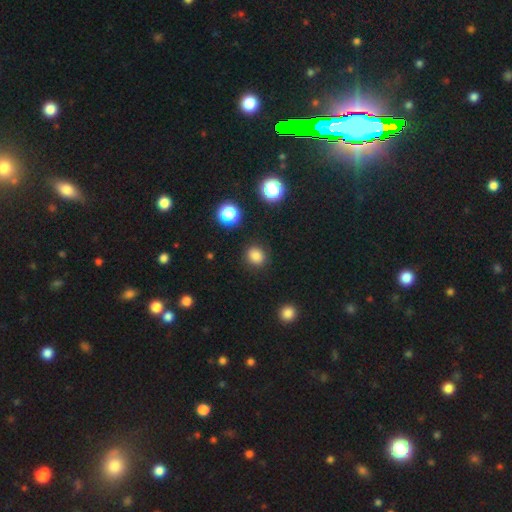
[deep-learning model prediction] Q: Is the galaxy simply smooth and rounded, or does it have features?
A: smooth — 83%.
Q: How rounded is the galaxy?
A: round — 78%.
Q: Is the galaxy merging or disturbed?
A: none — 88%.